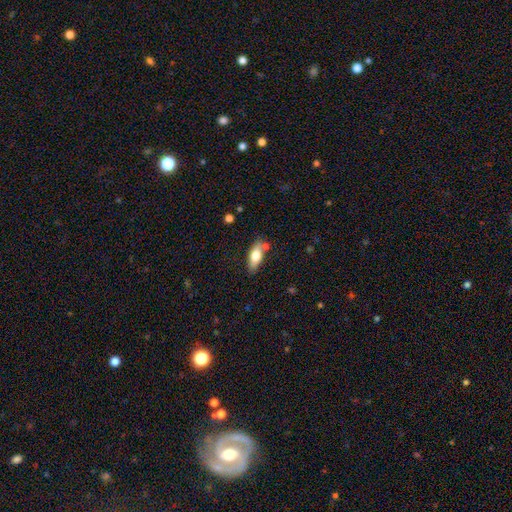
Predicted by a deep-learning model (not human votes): A smooth galaxy with no disk features (72%) that is in between round and cigar-shaped (75%). Merging: none (72%).